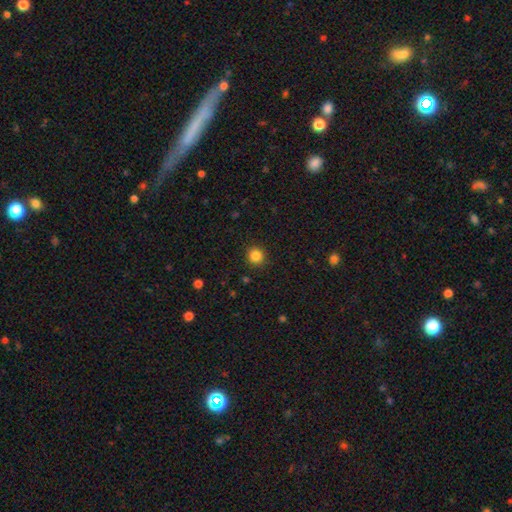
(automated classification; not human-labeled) This is clearly a smooth galaxy (85%). How rounded: clearly round (92%). Merging: clearly none (90%).